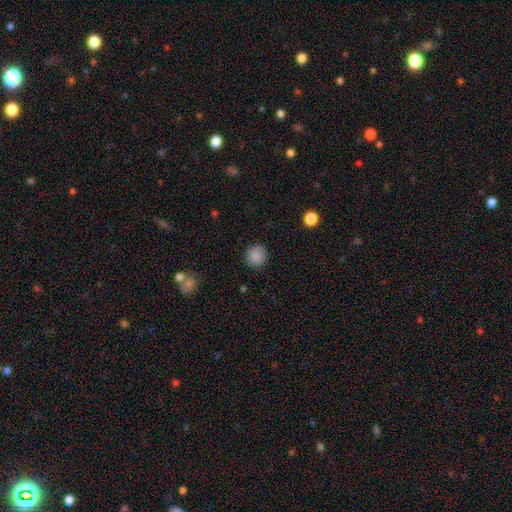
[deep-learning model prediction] smooth 87%, star or artifact 9%, featured or disk 4%. Down the decision tree: how rounded — round (93%); merging — none (88%).